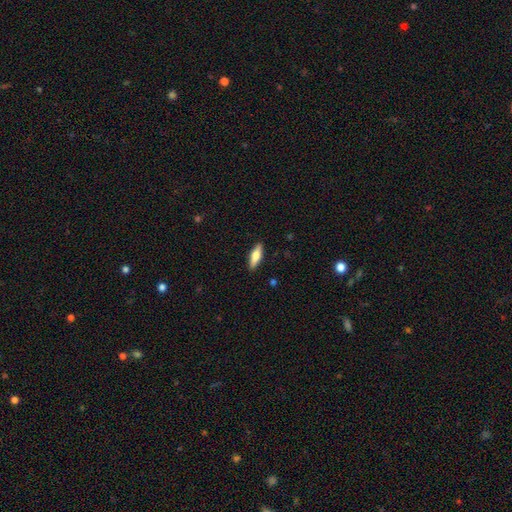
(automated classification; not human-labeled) Smooth or featured? smooth (61%)
How rounded? cigar-shaped (51%)
Merging? none (89%)